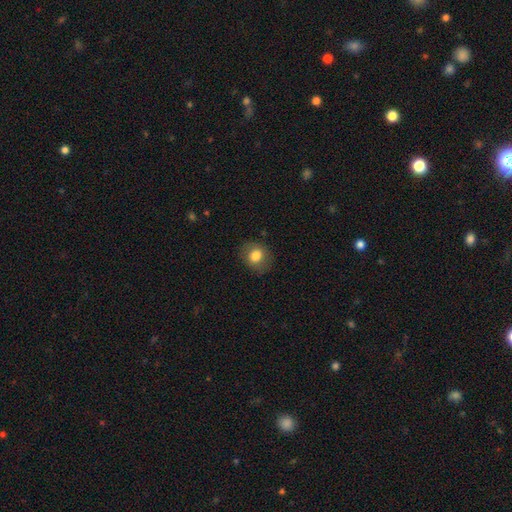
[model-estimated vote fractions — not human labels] The model was most divided on "how rounded": round: 70%, in between: 29%, cigar-shaped: 1%. More confident: merging — none (83%); smooth or featured — smooth (80%).